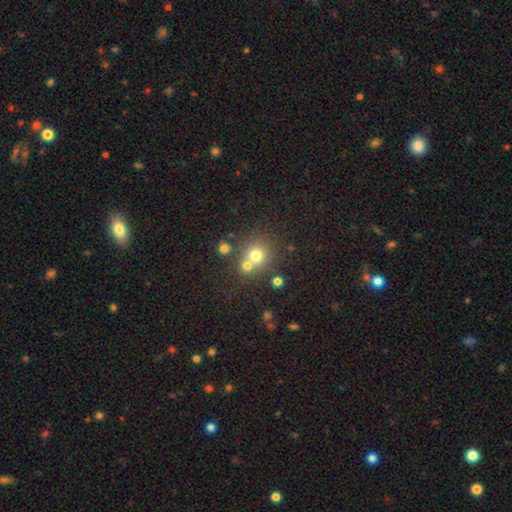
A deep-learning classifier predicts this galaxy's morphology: Overall: smooth (71%). How rounded: round (86%). Merging: none (52%; merger 37%).